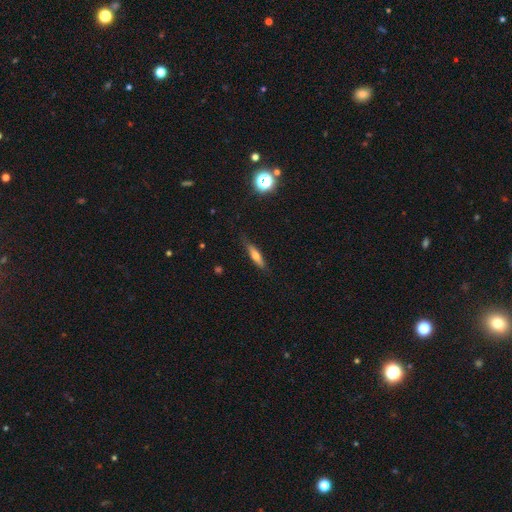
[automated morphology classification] The model was most divided on "smooth or featured": smooth: 57%, featured or disk: 35%, star or artifact: 9%. More confident: merging — none (81%); how rounded — cigar-shaped (75%).